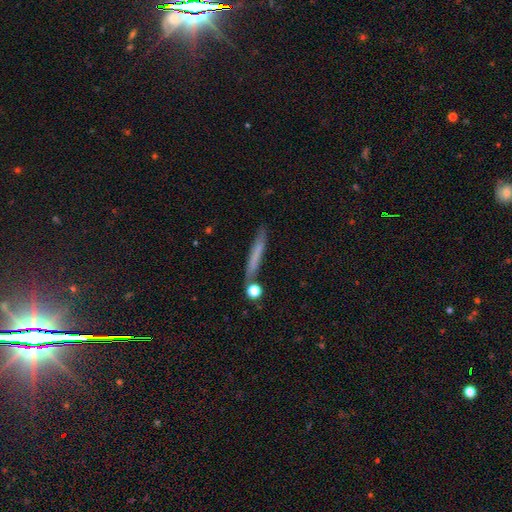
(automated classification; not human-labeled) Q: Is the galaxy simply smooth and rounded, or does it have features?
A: smooth — 62%.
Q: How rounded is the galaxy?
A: cigar-shaped — 94%.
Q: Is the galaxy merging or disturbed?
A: none — 77%.